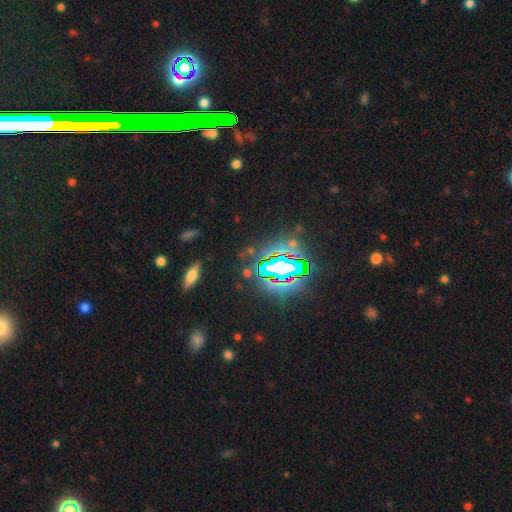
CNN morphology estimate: star or artifact 80%, smooth 10%, featured or disk 10%.